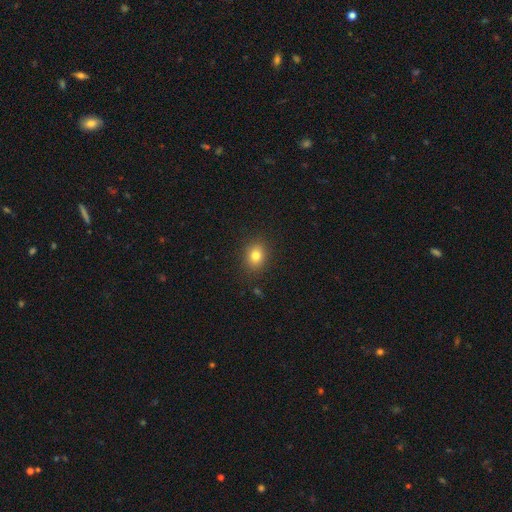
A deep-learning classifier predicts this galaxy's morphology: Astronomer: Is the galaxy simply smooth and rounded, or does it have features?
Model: smooth — 79%.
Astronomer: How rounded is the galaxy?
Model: round — 54% (runner-up: in between, 45%).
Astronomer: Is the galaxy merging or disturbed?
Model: none — 87%.